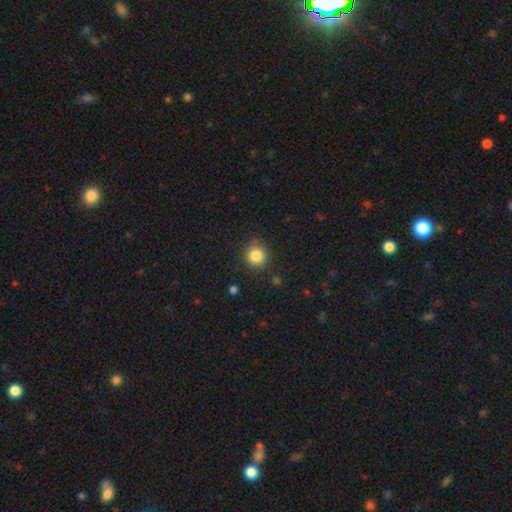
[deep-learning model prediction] Overall: smooth (85%). How rounded: round (89%). Merging: none (83%).